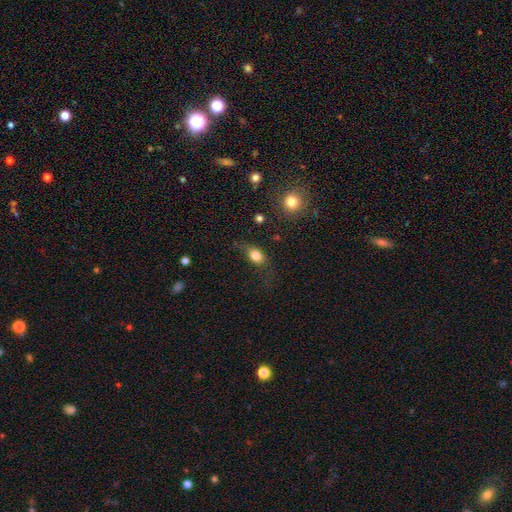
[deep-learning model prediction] smooth 82%, star or artifact 9%, featured or disk 8%. Down the decision tree: how rounded — in between (74%); merging — none (65%).